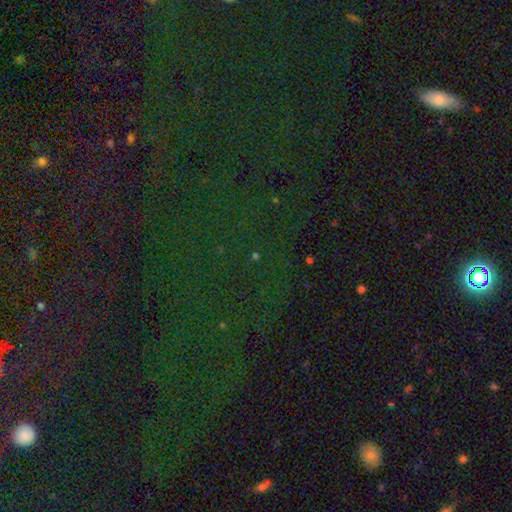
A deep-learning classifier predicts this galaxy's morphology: Smooth or featured: star or artifact — 80% (smooth — 12%)